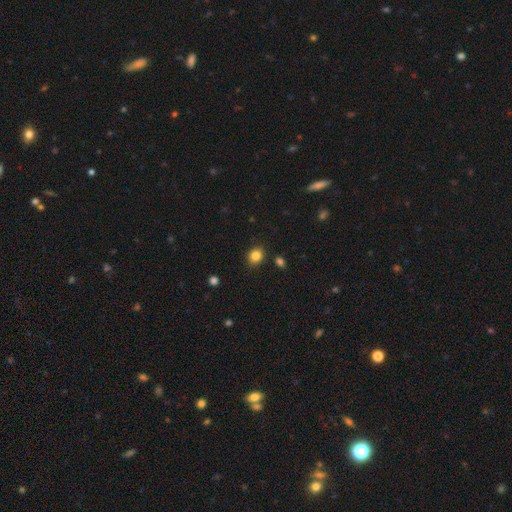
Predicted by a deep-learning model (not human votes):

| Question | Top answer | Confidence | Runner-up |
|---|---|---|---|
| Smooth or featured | smooth | 84% | star or artifact (11%) |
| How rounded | round | 63% | in between (36%) |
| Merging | none | 86% | minor disturbance (10%) |